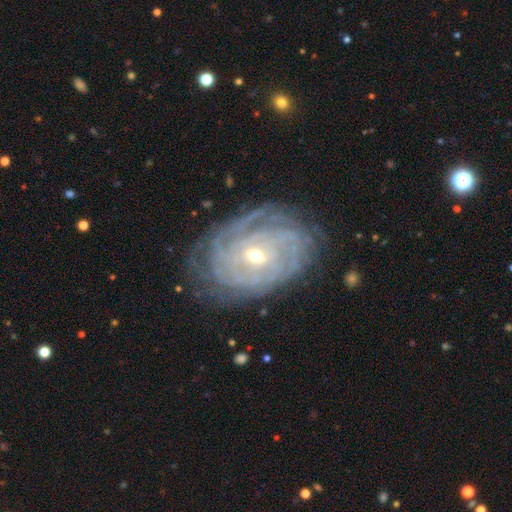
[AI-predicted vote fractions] Smooth or featured?
  - featured or disk: 86% *
  - smooth: 8%
  - star or artifact: 6%
Edge-on disk?
  - no: 96% *
  - yes: 4%
Bar?
  - no: 52% *
  - weak: 36%
  - strong: 12%
Spiral arms?
  - yes: 95% *
  - no: 5%
Spiral winding?
  - tight: 82% *
  - medium: 15%
  - loose: 4%
Spiral arm count?
  - can't tell: 39% *
  - 4: 18%
  - more than 4: 16%
  - 3: 11%
  - 2: 9%
  - 1: 6%
Bulge size?
  - small: 58% *
  - moderate: 39%
  - large: 1%
  - none: 1%
  - dominant: 1%
Merging?
  - none: 74% *
  - minor disturbance: 18%
  - major disturbance: 7%
  - merger: 1%